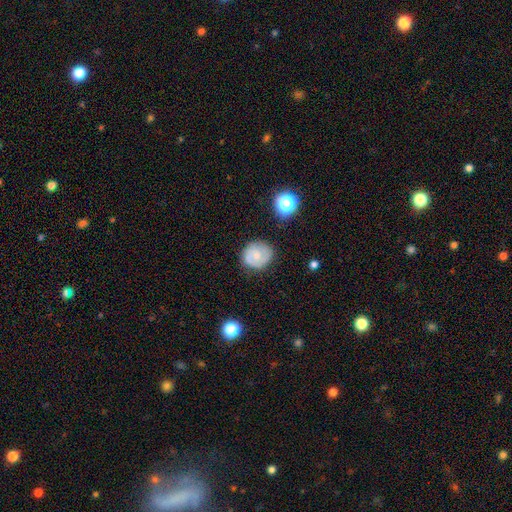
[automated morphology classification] Overall: smooth (51%; featured or disk 40%). How rounded: round (80%). Merging: none (76%).